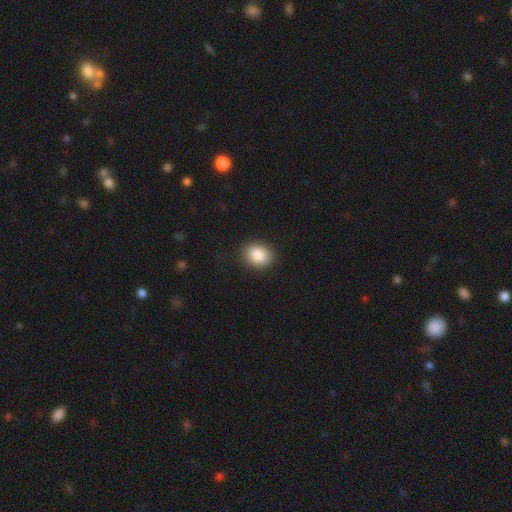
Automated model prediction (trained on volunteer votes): Smooth or featured?
  - smooth: 87% *
  - star or artifact: 8%
  - featured or disk: 5%
How rounded?
  - round: 55% *
  - in between: 44%
  - cigar-shaped: 1%
Merging?
  - none: 88% *
  - minor disturbance: 8%
  - major disturbance: 2%
  - merger: 1%